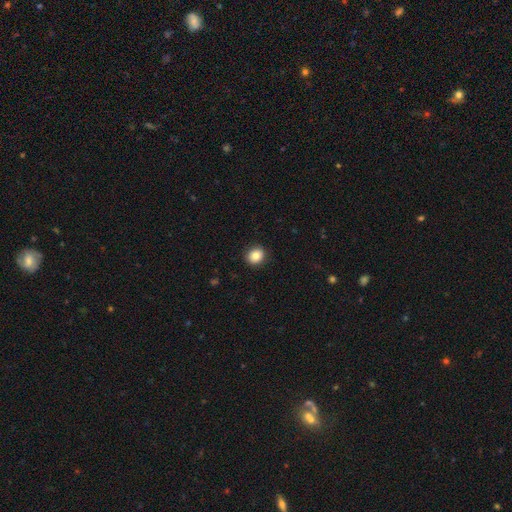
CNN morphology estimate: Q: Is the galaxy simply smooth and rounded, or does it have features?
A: smooth — 83%.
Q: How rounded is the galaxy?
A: round — 81%.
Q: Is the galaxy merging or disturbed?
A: none — 90%.